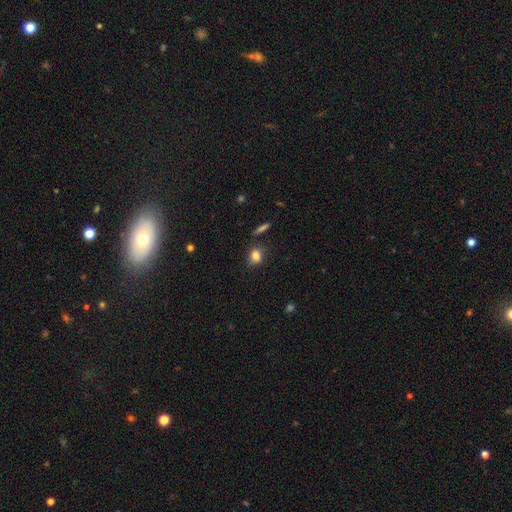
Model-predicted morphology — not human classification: A smooth galaxy with no disk features (81%) that is in between round and cigar-shaped (52%).

Vote fractions:
- Smooth or featured? smooth: 81% / star or artifact: 11% / featured or disk: 9%
- How rounded? in between: 52% / round: 45% / cigar-shaped: 3%
- Merging? none: 73% / minor disturbance: 19% / major disturbance: 4% / merger: 4%